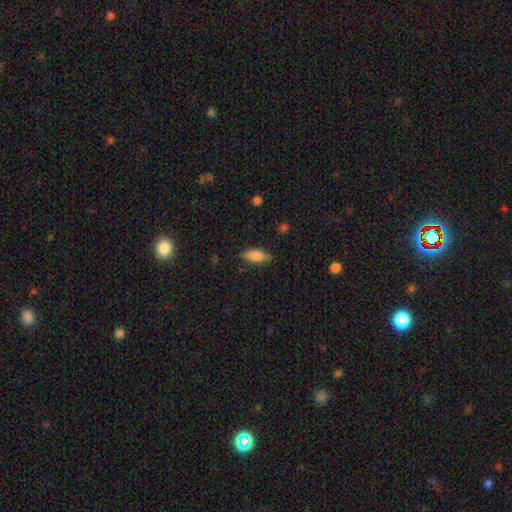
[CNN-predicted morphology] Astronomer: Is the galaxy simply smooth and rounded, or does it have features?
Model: smooth — 76%.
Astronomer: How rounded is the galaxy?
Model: in between — 68%.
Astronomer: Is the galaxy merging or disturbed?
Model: none — 84%.